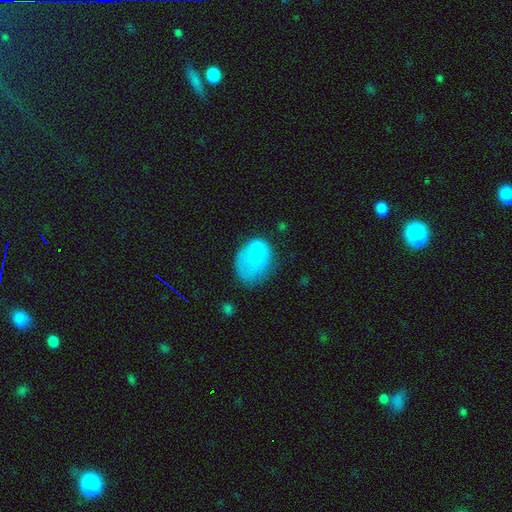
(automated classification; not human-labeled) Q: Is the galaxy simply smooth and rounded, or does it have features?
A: smooth — 62%.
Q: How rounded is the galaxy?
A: in between — 60%.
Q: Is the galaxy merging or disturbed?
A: none — 41%.